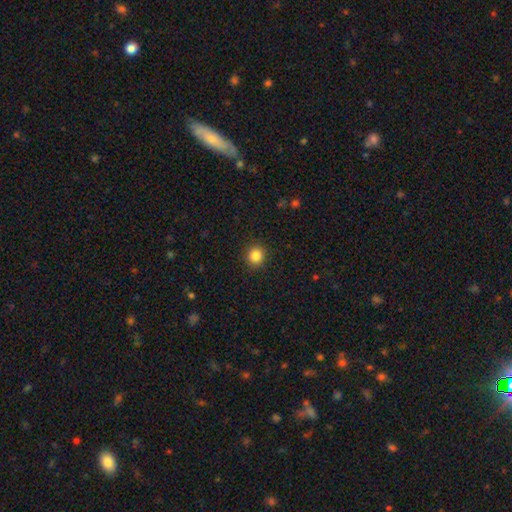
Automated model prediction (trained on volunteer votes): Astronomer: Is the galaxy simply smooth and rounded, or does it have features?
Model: smooth — 86%.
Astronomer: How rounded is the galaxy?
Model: round — 90%.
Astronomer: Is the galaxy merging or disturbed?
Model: none — 91%.